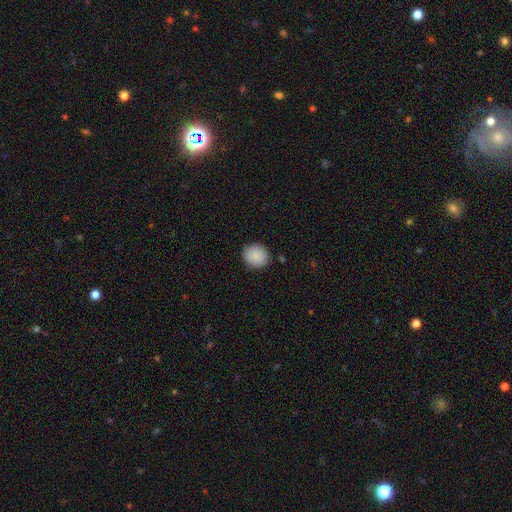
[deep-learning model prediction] Q: Smooth or featured?
A: smooth (89%); runner-up: star or artifact (8%)
Q: How rounded?
A: round (84%); runner-up: in between (16%)
Q: Merging?
A: none (89%); runner-up: minor disturbance (8%)